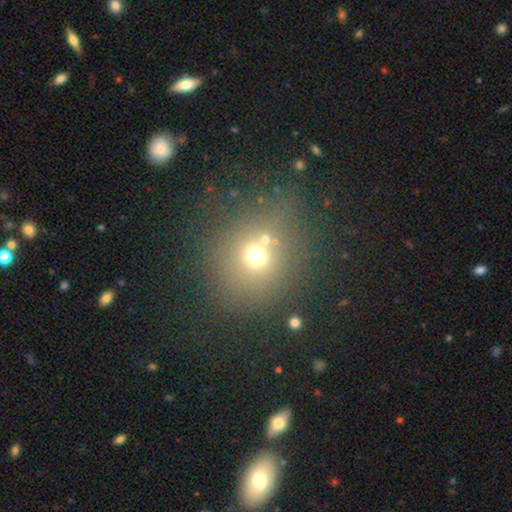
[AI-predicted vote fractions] Morphology: type=smooth (63%); roundness=round (83%); merging=none (70%).